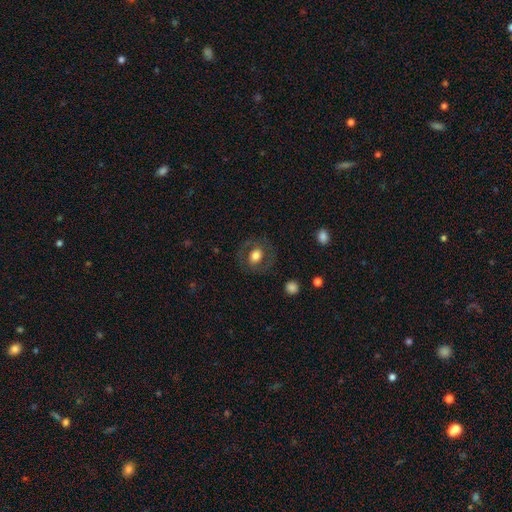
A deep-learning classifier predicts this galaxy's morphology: Smooth or featured? Predicted: smooth (p=0.59). How rounded? Predicted: round (p=0.59). Merging? Predicted: none (p=0.79).